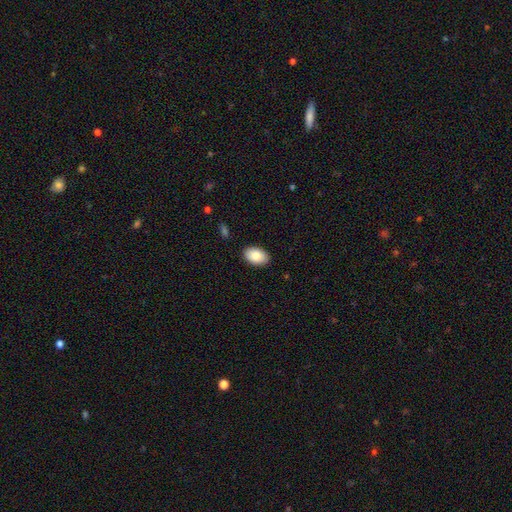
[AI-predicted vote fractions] Smooth or featured: smooth — 85% (featured or disk — 8%)
How rounded: in between — 91% (round — 8%)
Merging: none — 89% (minor disturbance — 8%)